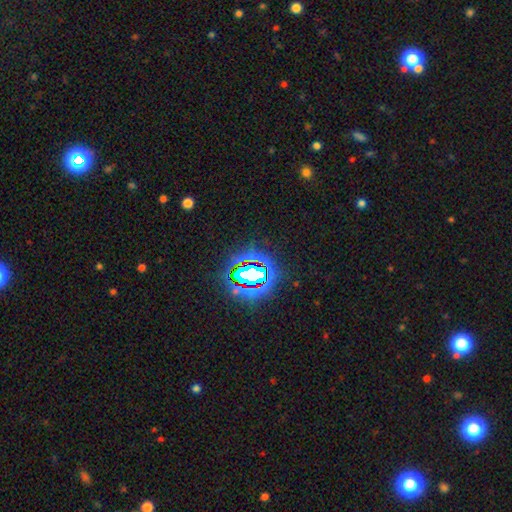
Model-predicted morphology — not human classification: smooth_or_featured: star or artifact (p=0.84) [alt: smooth p=0.10]